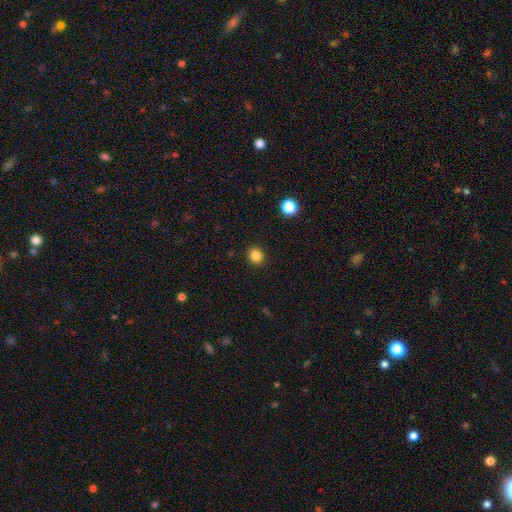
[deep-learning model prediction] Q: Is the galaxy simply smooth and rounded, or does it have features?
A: smooth — 84%.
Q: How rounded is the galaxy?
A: round — 80%.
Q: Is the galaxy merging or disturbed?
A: none — 91%.